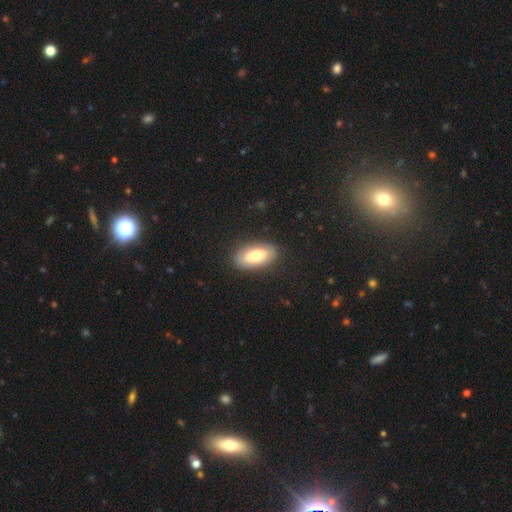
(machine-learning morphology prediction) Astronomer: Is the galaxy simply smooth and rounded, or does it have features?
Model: smooth — 72%.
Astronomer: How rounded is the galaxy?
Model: in between — 91%.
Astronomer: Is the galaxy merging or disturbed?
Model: none — 86%.